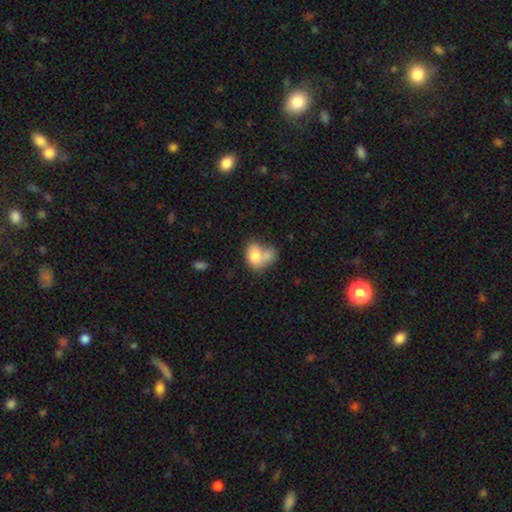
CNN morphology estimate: Smooth or featured?
  - smooth: 78% *
  - featured or disk: 15%
  - star or artifact: 7%
How rounded?
  - in between: 72% *
  - round: 27%
  - cigar-shaped: 1%
Merging?
  - merger: 58% *
  - none: 23%
  - minor disturbance: 12%
  - major disturbance: 8%